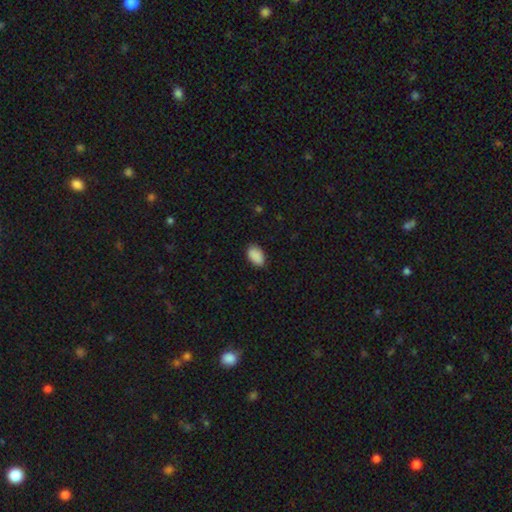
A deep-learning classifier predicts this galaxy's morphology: Q: Smooth or featured?
A: smooth (90%); runner-up: star or artifact (7%)
Q: How rounded?
A: in between (92%); runner-up: round (7%)
Q: Merging?
A: none (85%); runner-up: minor disturbance (11%)